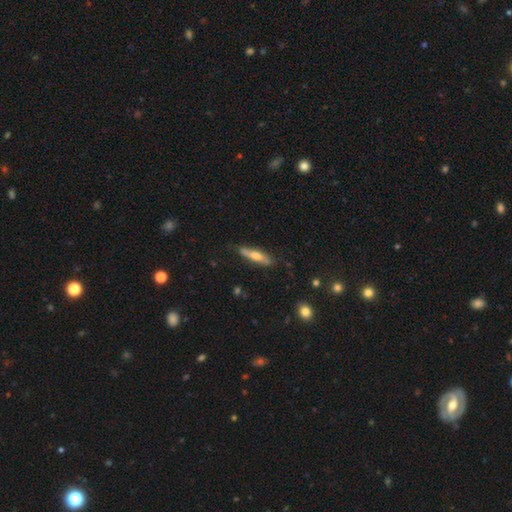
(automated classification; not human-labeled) This is possibly a featured or disk galaxy (48%). Merging: likely none (79%).